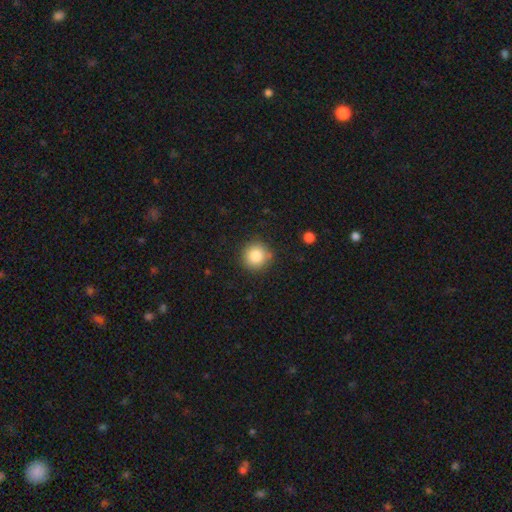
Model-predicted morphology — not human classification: Overall: smooth (84%). How rounded: round (94%). Merging: none (86%).